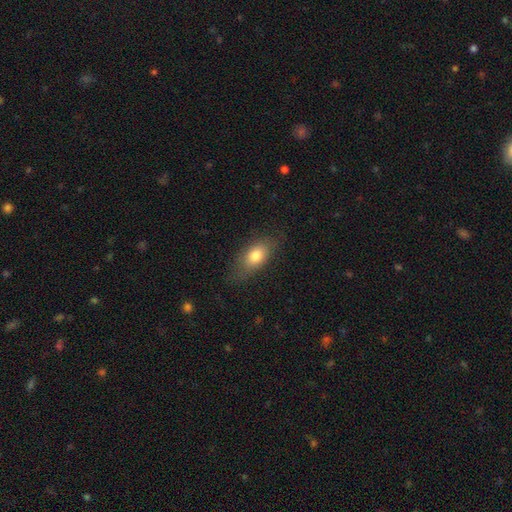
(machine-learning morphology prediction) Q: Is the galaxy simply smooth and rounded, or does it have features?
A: smooth — 76%.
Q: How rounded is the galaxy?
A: in between — 83%.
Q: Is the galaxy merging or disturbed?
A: none — 72%.